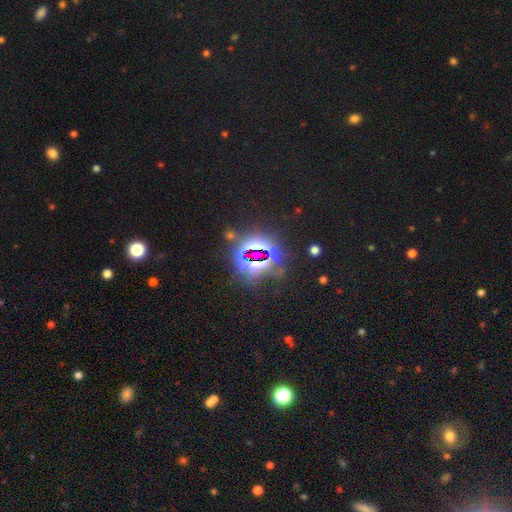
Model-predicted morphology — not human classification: type=star or artifact (80%).